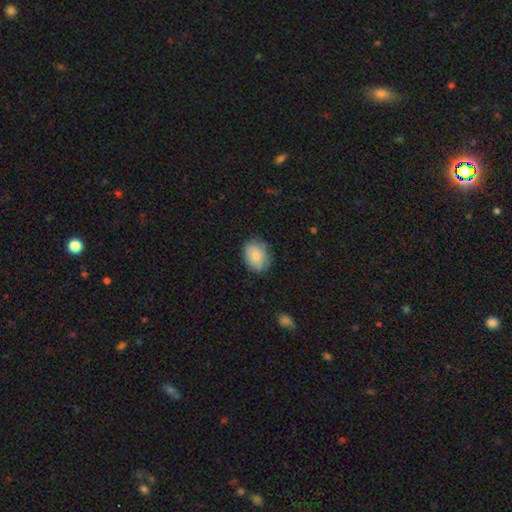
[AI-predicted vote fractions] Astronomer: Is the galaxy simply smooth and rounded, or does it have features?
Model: smooth — 80%.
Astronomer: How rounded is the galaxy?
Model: in between — 61% (runner-up: round, 38%).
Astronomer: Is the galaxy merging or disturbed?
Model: none — 77%.